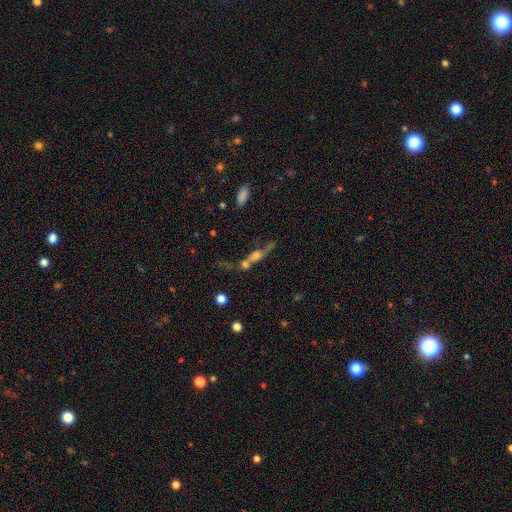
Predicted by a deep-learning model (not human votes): smooth-or-featured: featured or disk: 51% | smooth: 33% | star or artifact: 16%
  disk-edge-on: yes: 55% | no: 45%
  merging: merger: 43% | none: 31% | major disturbance: 14% | minor disturbance: 12%